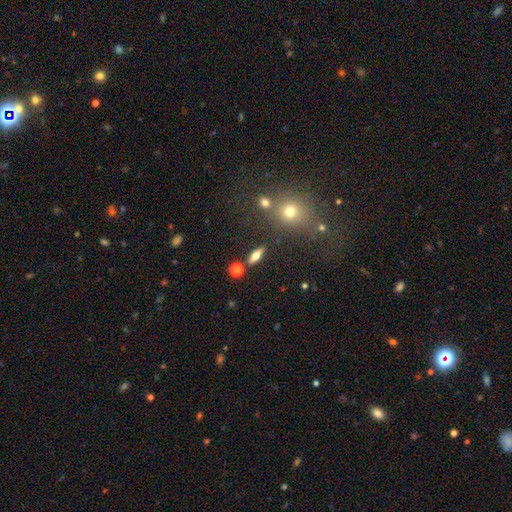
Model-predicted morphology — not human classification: Overall: smooth (60%; featured or disk 29%). How rounded: in between (52%; cigar-shaped 38%). Merging: none (81%).